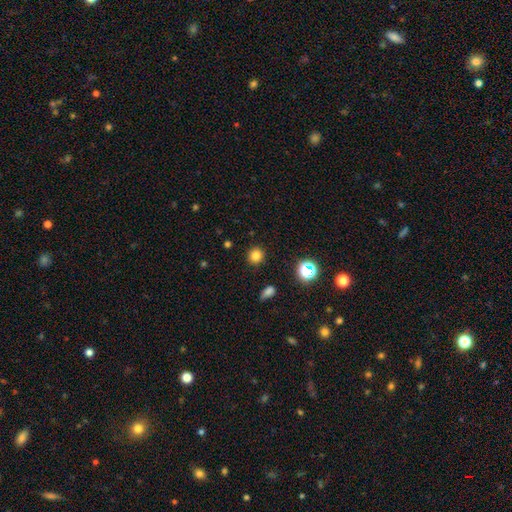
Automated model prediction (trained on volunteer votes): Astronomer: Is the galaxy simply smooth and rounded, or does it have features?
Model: smooth — 80%.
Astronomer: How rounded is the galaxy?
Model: round — 91%.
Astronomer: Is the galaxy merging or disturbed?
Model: none — 89%.